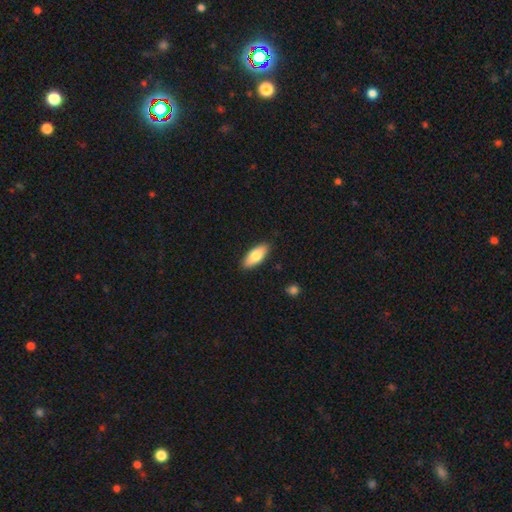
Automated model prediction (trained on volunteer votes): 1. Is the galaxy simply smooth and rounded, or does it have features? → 78% smooth, 16% featured or disk, 6% star or artifact.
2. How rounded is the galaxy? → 82% in between, 16% cigar-shaped, 2% round.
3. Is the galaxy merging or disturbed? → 88% none, 9% minor disturbance, 2% major disturbance, 1% merger.